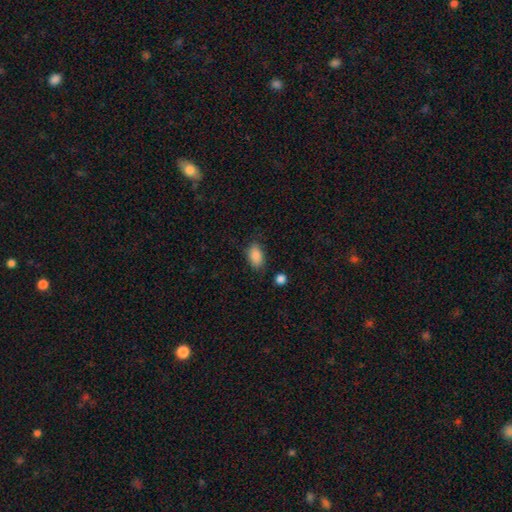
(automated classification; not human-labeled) This appears to be a smooth galaxy with no disk features (88%) that is in between round and cigar-shaped (91%). Merging: none (80%).